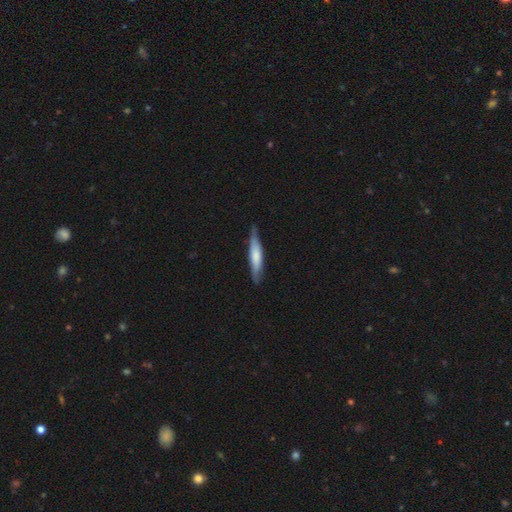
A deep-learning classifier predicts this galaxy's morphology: smooth-or-featured: smooth: 59% | featured or disk: 36% | star or artifact: 5%
  how-rounded: cigar-shaped: 87% | in between: 12% | round: 1%
  merging: none: 80% | minor disturbance: 16% | major disturbance: 3% | merger: 1%